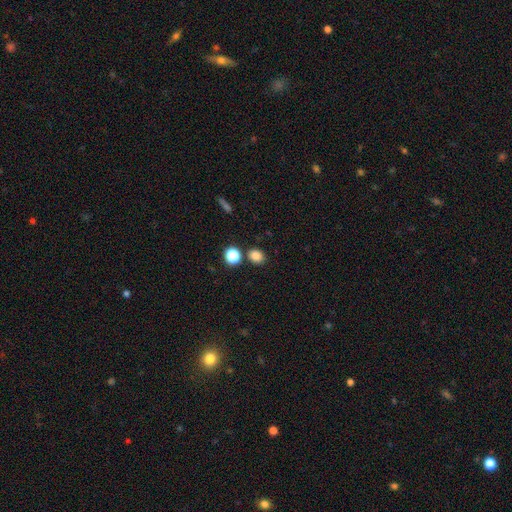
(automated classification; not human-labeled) smooth-or-featured: smooth: 82% | star or artifact: 14% | featured or disk: 4%
  how-rounded: round: 66% | in between: 33% | cigar-shaped: 1%
  merging: none: 80% | merger: 9% | minor disturbance: 9% | major disturbance: 3%